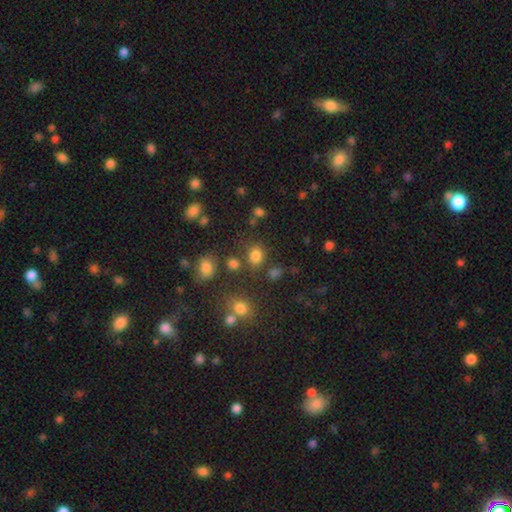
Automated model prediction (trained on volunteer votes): smooth-or-featured: smooth: 78% | star or artifact: 16% | featured or disk: 6%
  how-rounded: round: 53% | in between: 46% | cigar-shaped: 1%
  merging: none: 72% | minor disturbance: 13% | merger: 10% | major disturbance: 5%